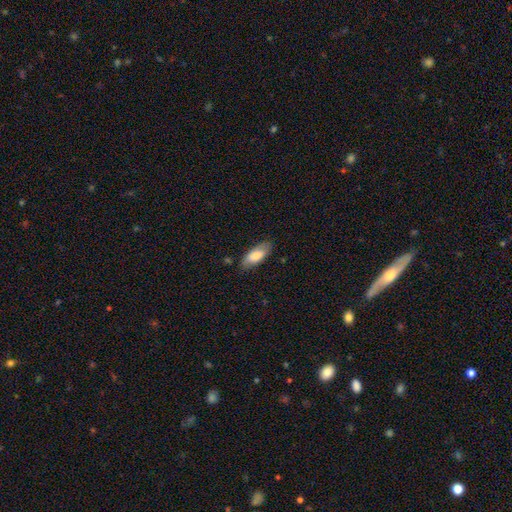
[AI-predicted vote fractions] The model was most divided on "merging": none: 77%, minor disturbance: 18%, major disturbance: 4%, merger: 1%. More confident: how rounded — in between (81%); smooth or featured — smooth (78%).